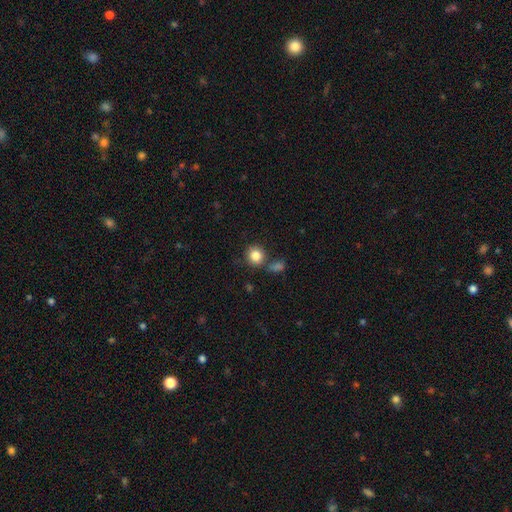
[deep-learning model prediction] Morphology: type=smooth (84%); roundness=round (86%); merging=none (74%).